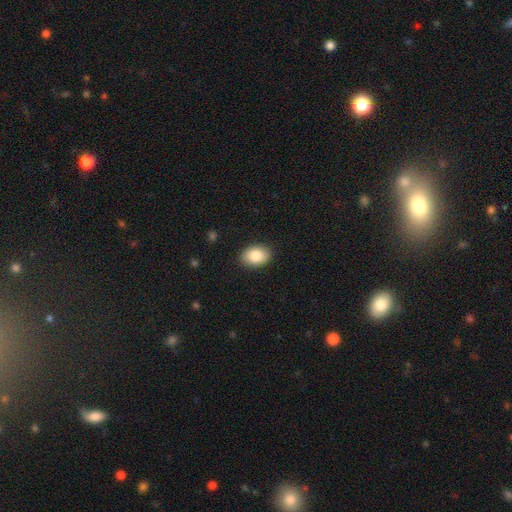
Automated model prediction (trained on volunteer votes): This is clearly a smooth galaxy (85%). How rounded: clearly in between (82%). Merging: clearly none (89%).